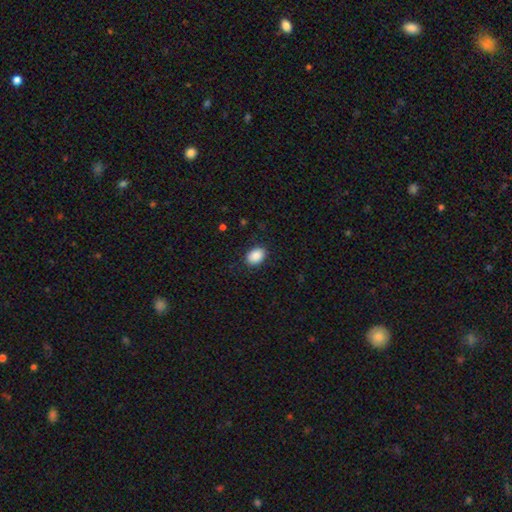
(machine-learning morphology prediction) type=smooth (89%); roundness=in between (77%); merging=none (88%).